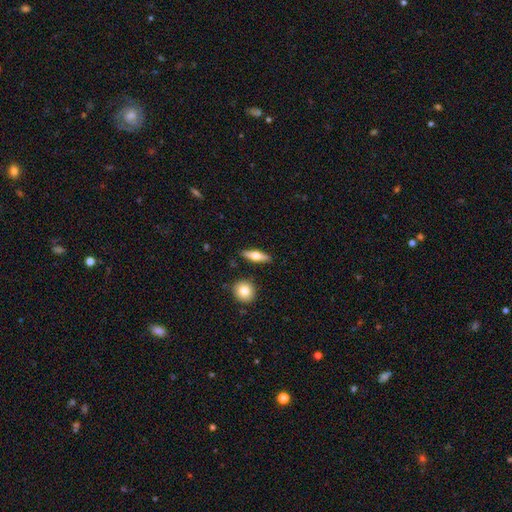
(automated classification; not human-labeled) Smooth or featured?
  - smooth: 48% *
  - featured or disk: 46%
  - star or artifact: 6%
Merging?
  - none: 88% *
  - minor disturbance: 7%
  - merger: 3%
  - major disturbance: 2%